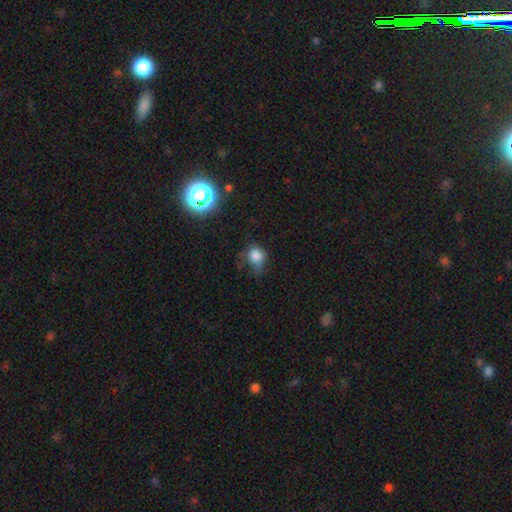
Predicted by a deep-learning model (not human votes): Morphology: type=smooth (77%); roundness=round (70%); merging=none (37%).